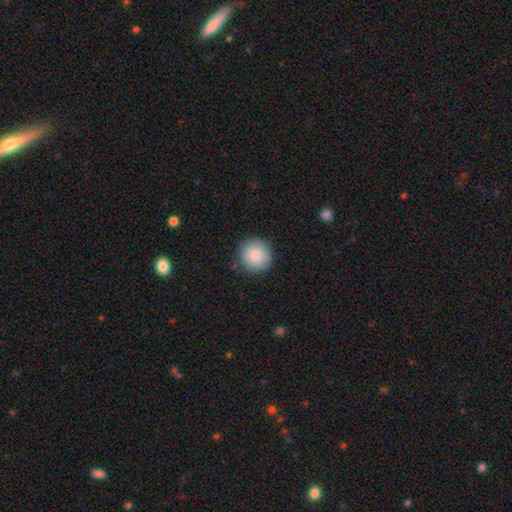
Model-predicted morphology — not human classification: This appears to be a smooth galaxy with no disk features (86%) that is round (92%). Merging: none (86%).